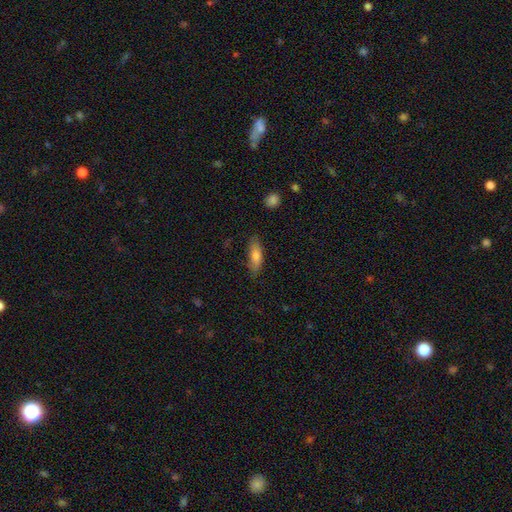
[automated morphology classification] Q: Smooth or featured?
A: smooth (73%); runner-up: featured or disk (20%)
Q: How rounded?
A: in between (50%); runner-up: cigar-shaped (48%)
Q: Merging?
A: none (82%); runner-up: minor disturbance (14%)